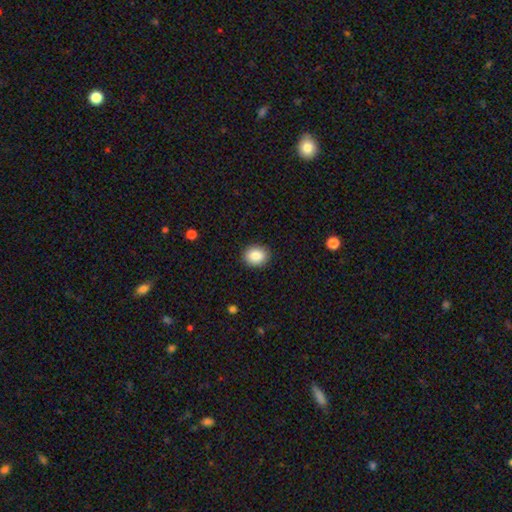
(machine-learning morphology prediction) This is clearly a smooth galaxy (86%). How rounded: likely round (67%). Merging: clearly none (90%).